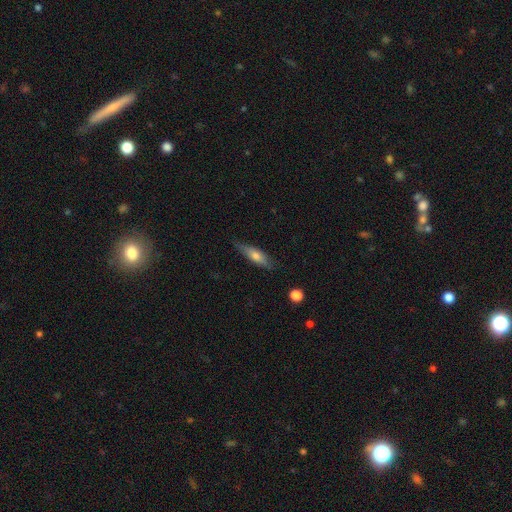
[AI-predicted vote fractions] A smooth galaxy with no disk features (57%) that is cigar-shaped (59%). Merging: none (76%).